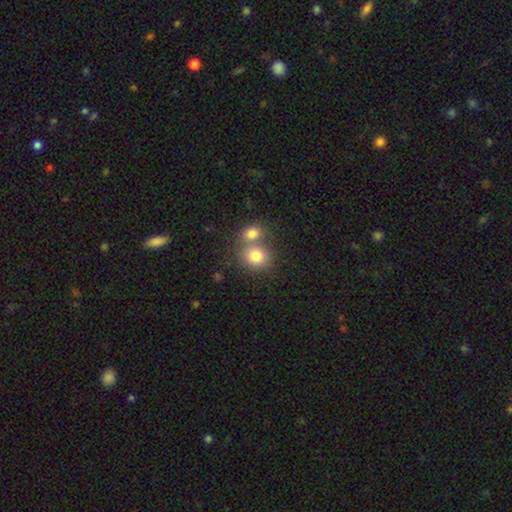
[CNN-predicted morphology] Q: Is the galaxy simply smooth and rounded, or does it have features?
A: smooth — 80%.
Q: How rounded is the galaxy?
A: round — 76%.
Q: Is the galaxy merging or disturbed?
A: merger — 47%.